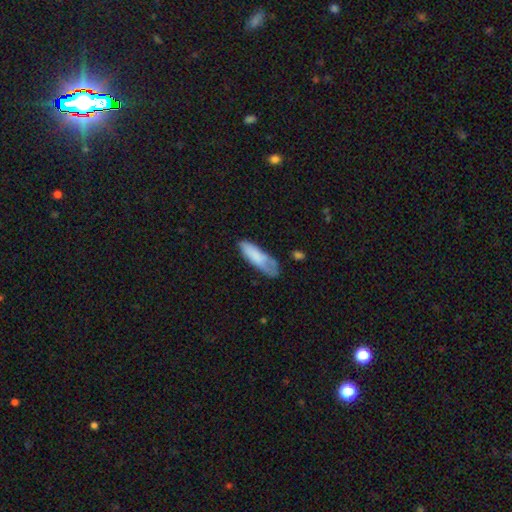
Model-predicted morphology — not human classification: Overall: smooth (78%). How rounded: in between (50%; cigar-shaped 48%). Merging: none (45%; minor disturbance 34%).